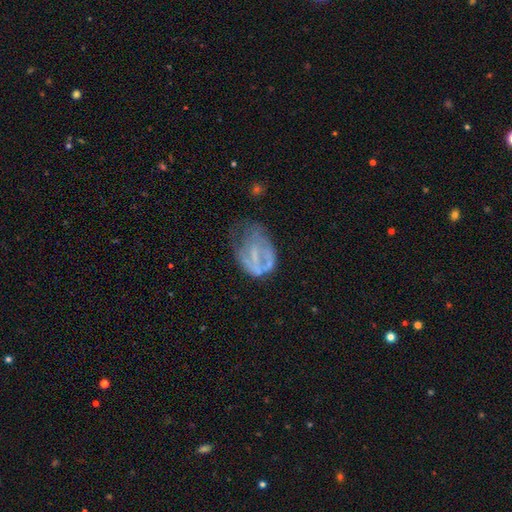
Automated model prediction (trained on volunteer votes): smooth-or-featured: featured or disk: 56% | smooth: 33% | star or artifact: 11%
  disk-edge-on: no: 97% | yes: 3%
    bar: no: 54% | weak: 33% | strong: 13%
    has-spiral-arms: no: 65% | yes: 35%
    bulge-size: none: 54% | small: 28% | moderate: 15% | large: 2% | dominant: 1%
  merging: major disturbance: 39% | minor disturbance: 29% | none: 28% | merger: 4%